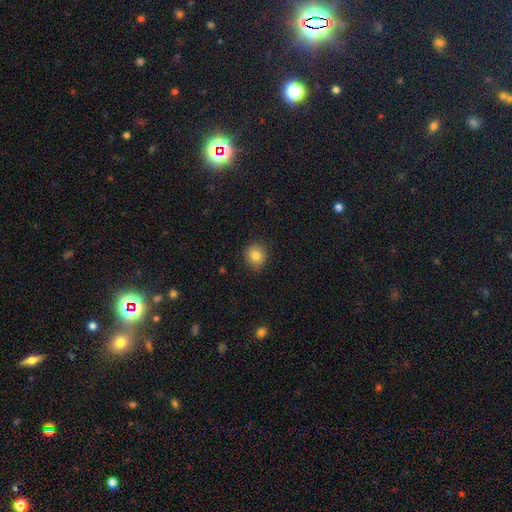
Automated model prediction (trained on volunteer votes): Morphology: type=smooth (80%); roundness=round (87%); merging=none (85%).